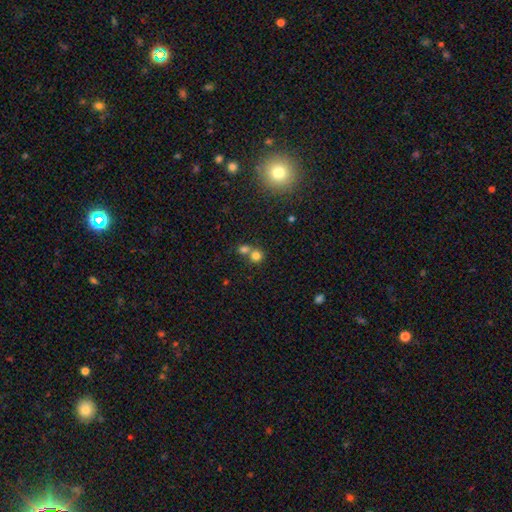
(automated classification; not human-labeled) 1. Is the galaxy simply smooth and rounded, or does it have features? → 77% smooth, 14% star or artifact, 9% featured or disk.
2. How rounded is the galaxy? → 85% round, 14% in between, 1% cigar-shaped.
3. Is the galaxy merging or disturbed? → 51% merger, 41% none, 6% minor disturbance, 3% major disturbance.